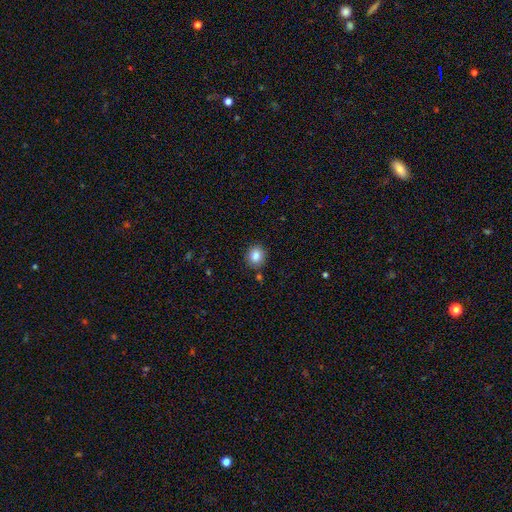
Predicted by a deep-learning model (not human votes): Smooth or featured? smooth (85%)
How rounded? round (78%)
Merging? none (84%)